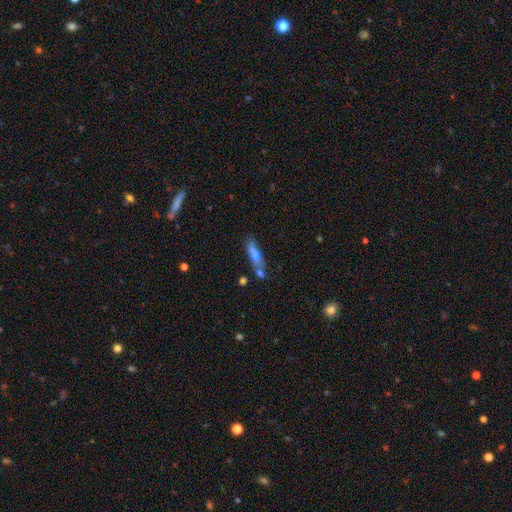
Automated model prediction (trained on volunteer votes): A smooth galaxy with no disk features (47%).

Vote fractions:
- Smooth or featured? smooth: 47% / featured or disk: 45% / star or artifact: 7%
- Merging? none: 53% / merger: 22% / minor disturbance: 19% / major disturbance: 7%